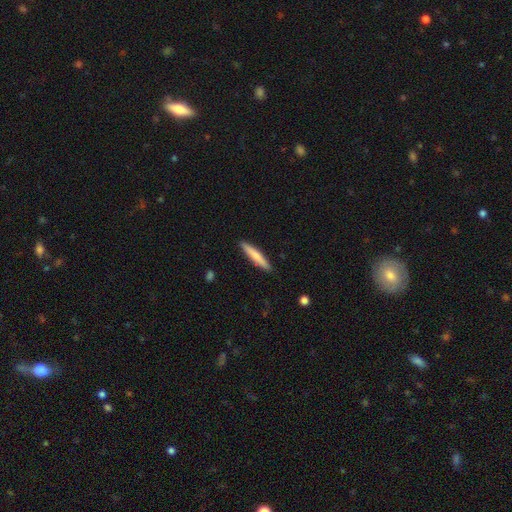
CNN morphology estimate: Smooth or featured? smooth (71%)
How rounded? cigar-shaped (93%)
Merging? none (91%)